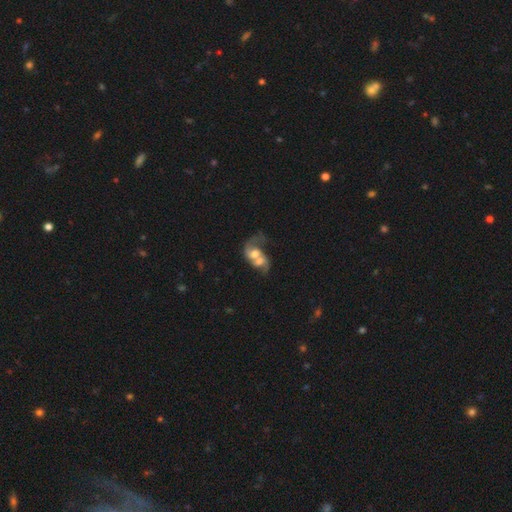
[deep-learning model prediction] Q: Smooth or featured?
A: featured or disk (60%); runner-up: smooth (32%)
Q: Edge-on disk?
A: no (97%); runner-up: yes (3%)
Q: Bar?
A: no (64%); runner-up: weak (28%)
Q: Spiral arms?
A: yes (72%); runner-up: no (28%)
Q: Bulge size?
A: moderate (40%); runner-up: large (31%)
Q: Merging?
A: merger (74%); runner-up: major disturbance (11%)